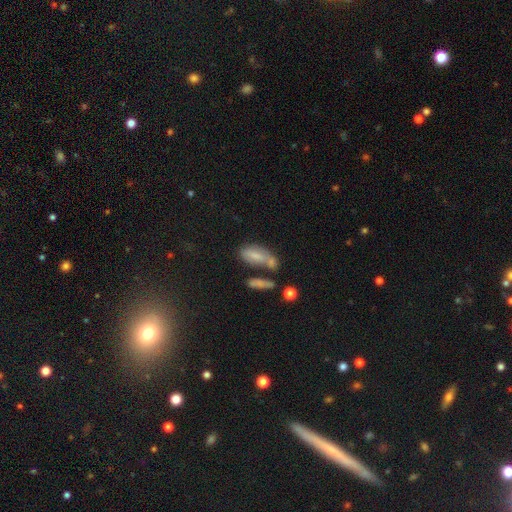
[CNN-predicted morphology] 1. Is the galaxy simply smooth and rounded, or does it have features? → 67% smooth, 23% featured or disk, 10% star or artifact.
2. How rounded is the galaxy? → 78% in between, 18% cigar-shaped, 4% round.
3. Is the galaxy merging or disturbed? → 36% none, 35% merger, 18% minor disturbance, 10% major disturbance.